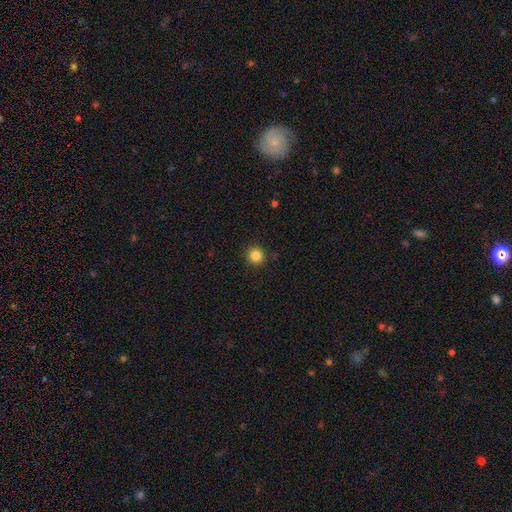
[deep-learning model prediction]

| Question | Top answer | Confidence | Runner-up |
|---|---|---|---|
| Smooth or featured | smooth | 84% | star or artifact (11%) |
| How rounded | round | 95% | in between (4%) |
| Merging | none | 92% | minor disturbance (5%) |